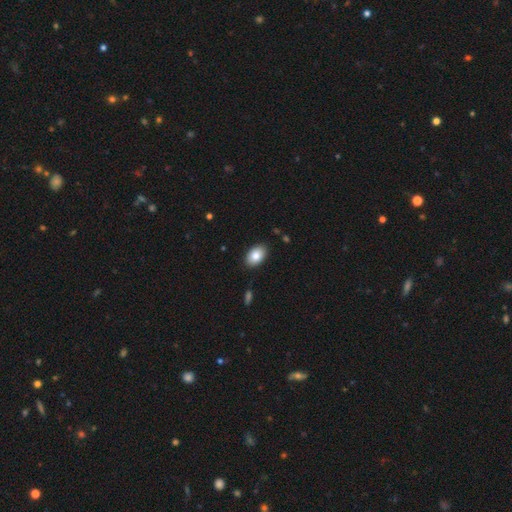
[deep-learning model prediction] Q: Smooth or featured?
A: smooth (84%); runner-up: featured or disk (9%)
Q: How rounded?
A: in between (91%); runner-up: round (8%)
Q: Merging?
A: none (88%); runner-up: minor disturbance (9%)